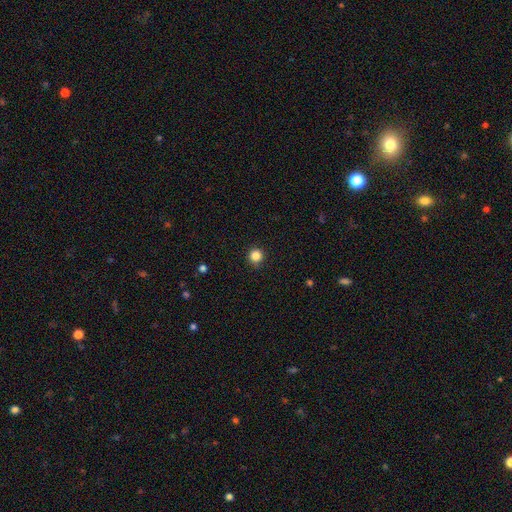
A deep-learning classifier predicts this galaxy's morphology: This appears to be a smooth galaxy with no disk features (85%) that is round (95%). Merging: none (91%).